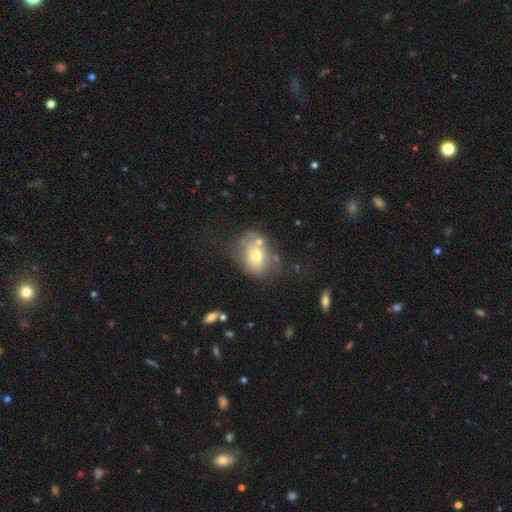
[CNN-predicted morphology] Q: Smooth or featured?
A: smooth (65%); runner-up: featured or disk (24%)
Q: How rounded?
A: in between (64%); runner-up: round (35%)
Q: Merging?
A: none (52%); runner-up: minor disturbance (23%)